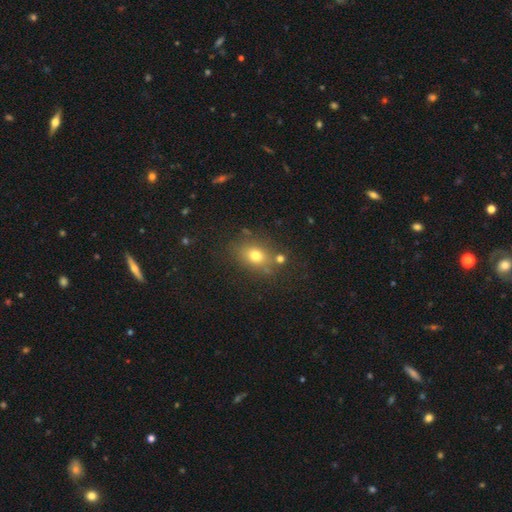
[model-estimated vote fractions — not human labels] smooth_or_featured: smooth (p=0.73) [alt: star or artifact p=0.15]
how_rounded: in between (p=0.58) [alt: round p=0.40]
merging: none (p=0.74) [alt: minor disturbance p=0.13]